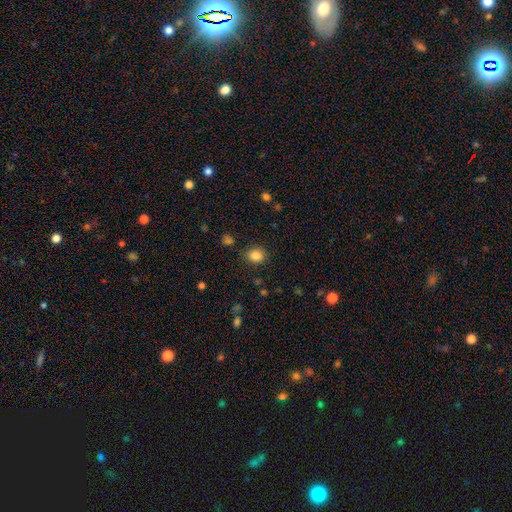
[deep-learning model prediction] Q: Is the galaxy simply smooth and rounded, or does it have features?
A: smooth — 85%.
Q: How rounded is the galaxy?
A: round — 63%.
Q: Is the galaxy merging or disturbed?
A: none — 84%.